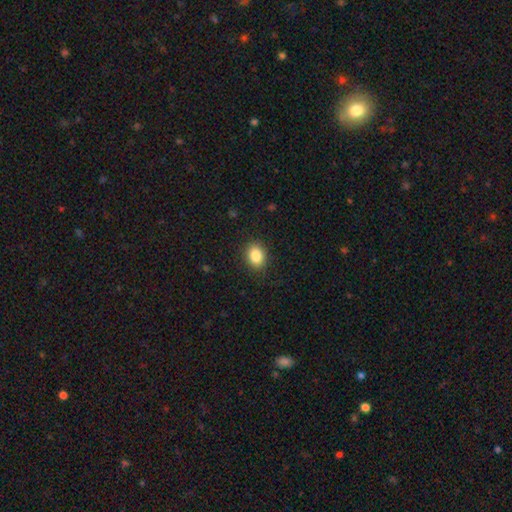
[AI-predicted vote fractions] smooth-or-featured: smooth: 86% | star or artifact: 9% | featured or disk: 5%
  how-rounded: in between: 61% | round: 39% | cigar-shaped: 1%
  merging: none: 88% | minor disturbance: 9% | major disturbance: 3% | merger: 1%